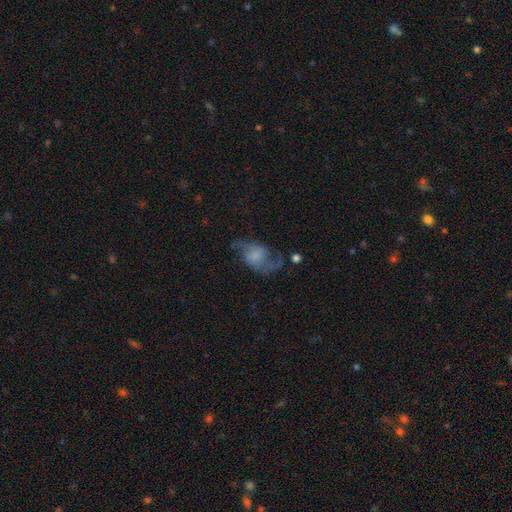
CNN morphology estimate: Smooth or featured? featured or disk (75%)
Edge-on disk? no (97%)
Bar? no (51%)
Spiral arms? yes (92%)
Spiral winding? loose (61%)
Spiral arm count? 2 (89%)
Bulge size? none (33%)
Merging? none (56%)